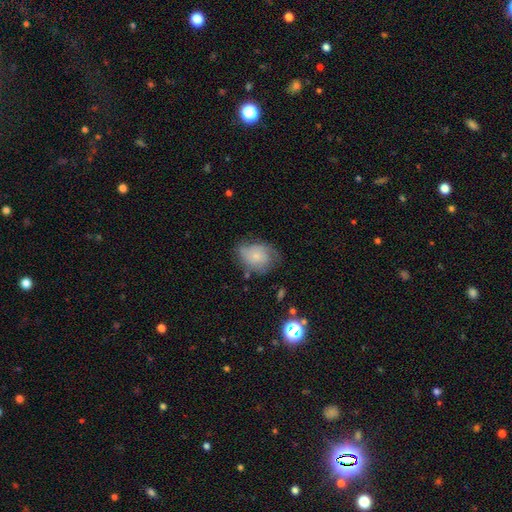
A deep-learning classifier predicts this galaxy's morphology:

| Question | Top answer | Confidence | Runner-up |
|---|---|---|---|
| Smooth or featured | smooth | 59% | featured or disk (32%) |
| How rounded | in between | 62% | round (37%) |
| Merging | none | 48% | minor disturbance (34%) |